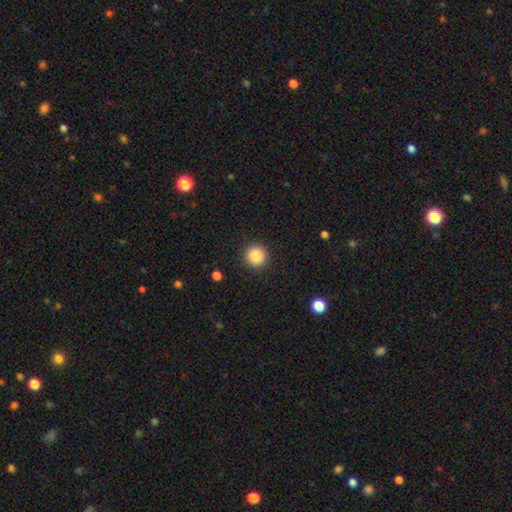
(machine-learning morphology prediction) Smooth or featured? Predicted: smooth (p=0.87). How rounded? Predicted: round (p=0.94). Merging? Predicted: none (p=0.91).